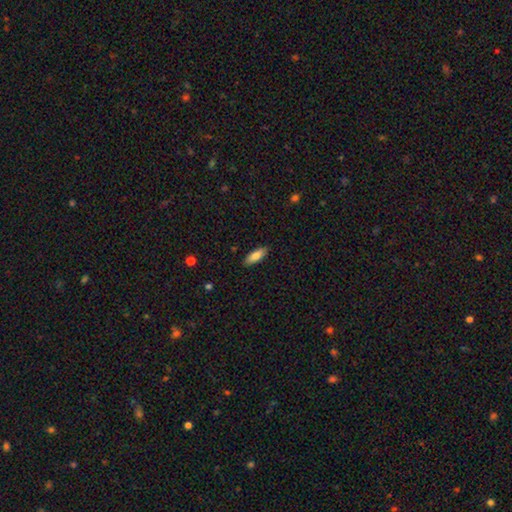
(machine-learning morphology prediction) The model was most divided on "how rounded": in between: 61%, cigar-shaped: 37%, round: 2%. More confident: merging — none (88%); smooth or featured — smooth (83%).